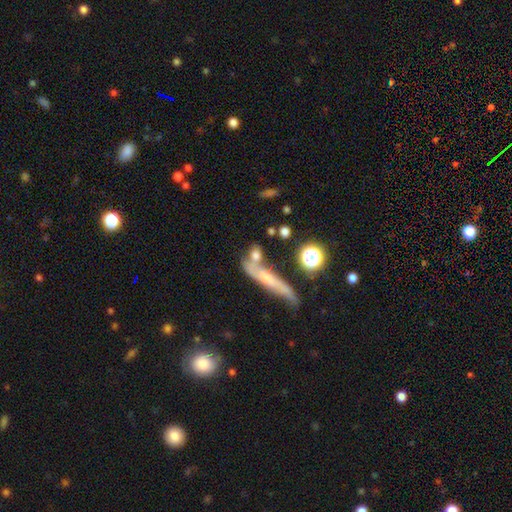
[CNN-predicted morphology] smooth-or-featured: smooth: 66% | featured or disk: 22% | star or artifact: 11%
  how-rounded: cigar-shaped: 41% | in between: 31% | round: 28%
  merging: none: 46% | merger: 32% | minor disturbance: 14% | major disturbance: 8%